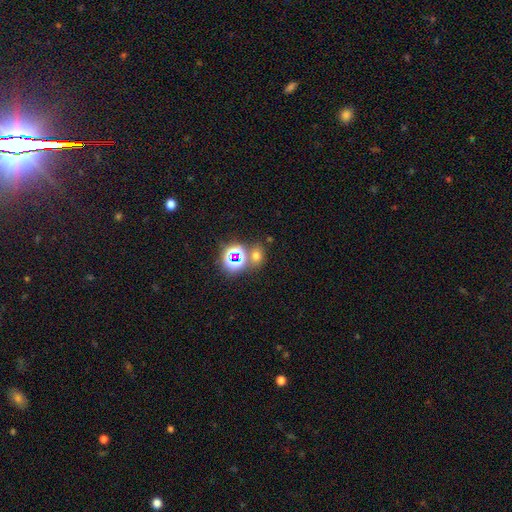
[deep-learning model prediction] Smooth or featured? Predicted: smooth (p=0.56). How rounded? Predicted: round (p=0.57). Merging? Predicted: none (p=0.63).